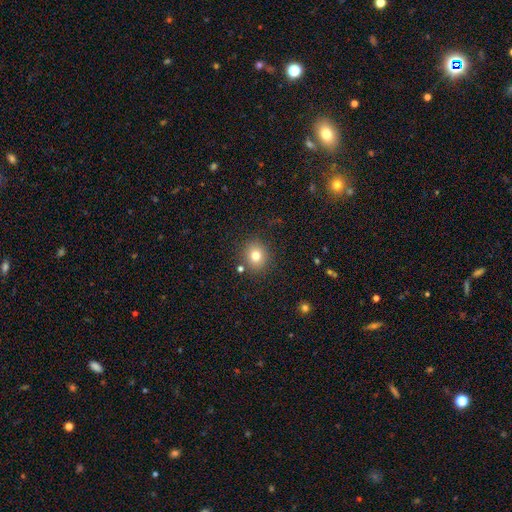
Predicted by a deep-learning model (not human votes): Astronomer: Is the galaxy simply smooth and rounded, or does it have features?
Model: smooth — 78%.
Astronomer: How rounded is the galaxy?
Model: round — 80%.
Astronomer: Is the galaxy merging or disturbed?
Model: none — 85%.